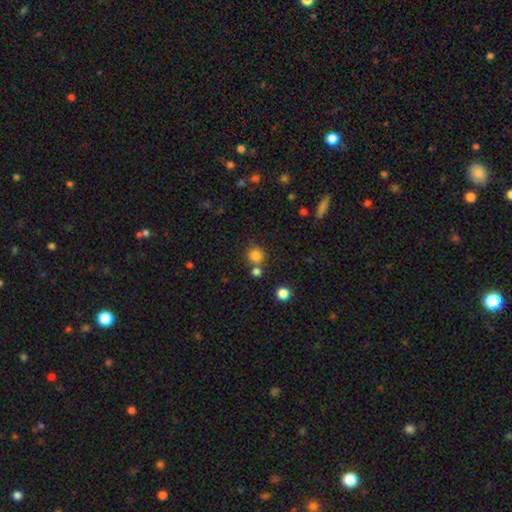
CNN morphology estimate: smooth-or-featured: smooth: 82% | star or artifact: 13% | featured or disk: 5%
  how-rounded: round: 90% | in between: 9% | cigar-shaped: 1%
  merging: none: 70% | merger: 18% | minor disturbance: 8% | major disturbance: 3%